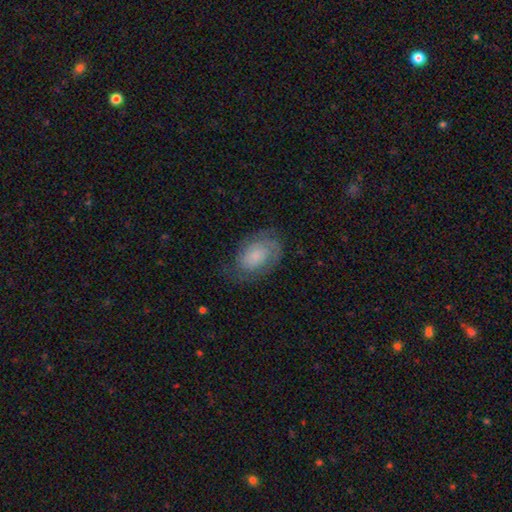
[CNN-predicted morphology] The model was most divided on "bulge size": small: 43%, moderate: 24%, none: 19%, large: 11%, dominant: 3%. More confident: edge-on disk — no (97%); spiral arms — yes (87%); bar — no (74%); merging — none (66%); smooth or featured — featured or disk (56%).